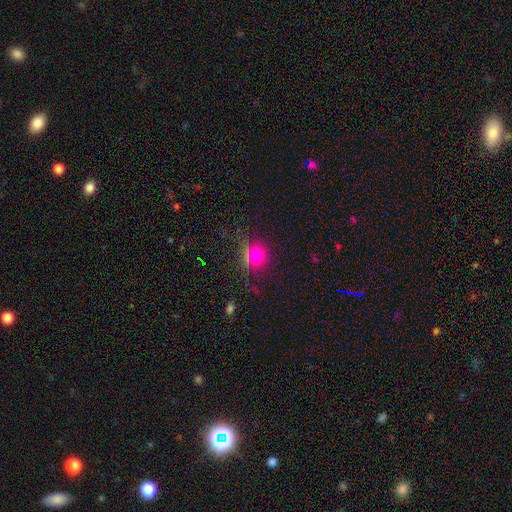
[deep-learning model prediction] smooth_or_featured: smooth (p=0.71) [alt: star or artifact p=0.22]
how_rounded: round (p=0.87) [alt: in between p=0.11]
merging: none (p=0.77) [alt: minor disturbance p=0.12]